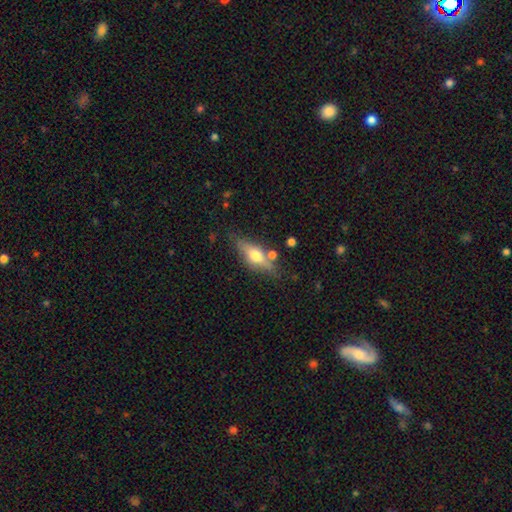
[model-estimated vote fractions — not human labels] Smooth or featured? Predicted: featured or disk (p=0.50). Edge-on disk? Predicted: yes (p=0.85). Merging? Predicted: none (p=0.73).